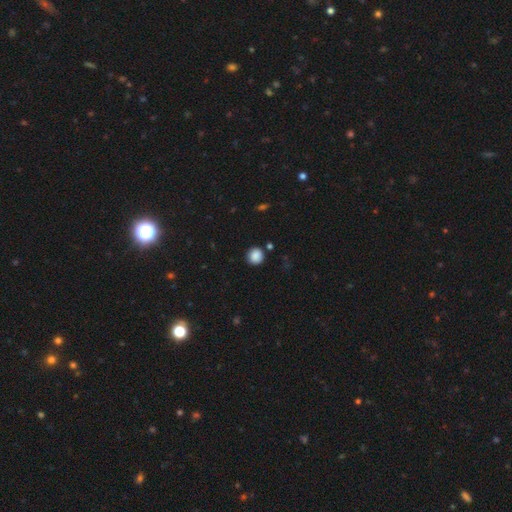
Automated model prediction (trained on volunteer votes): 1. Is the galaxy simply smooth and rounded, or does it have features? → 88% smooth, 9% star or artifact, 3% featured or disk.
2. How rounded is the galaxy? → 89% round, 10% in between, 1% cigar-shaped.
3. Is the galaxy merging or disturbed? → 87% none, 8% minor disturbance, 3% merger, 2% major disturbance.